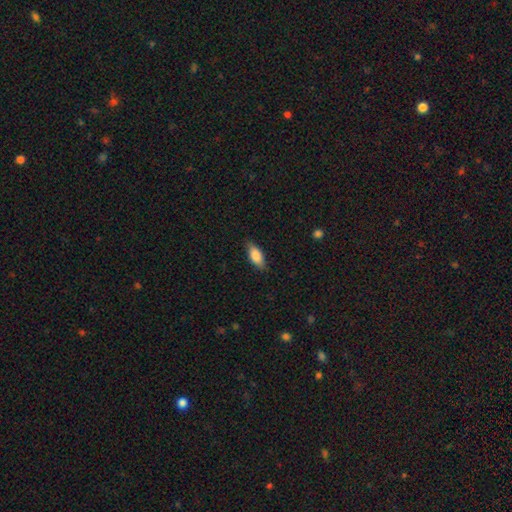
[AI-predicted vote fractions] Smooth or featured? smooth (85%)
How rounded? in between (85%)
Merging? none (82%)